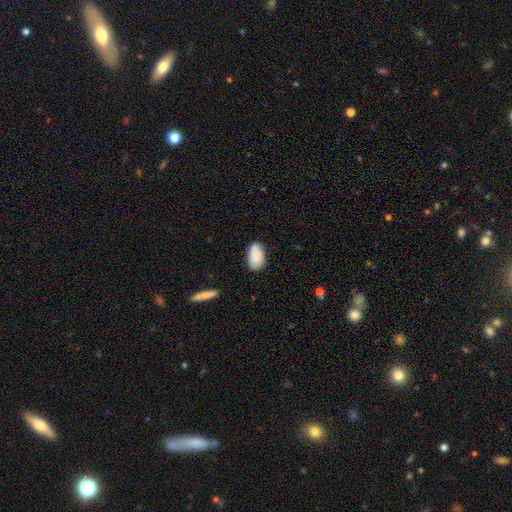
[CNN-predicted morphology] A smooth galaxy with no disk features (82%) that is in between round and cigar-shaped (93%). Merging: none (68%).